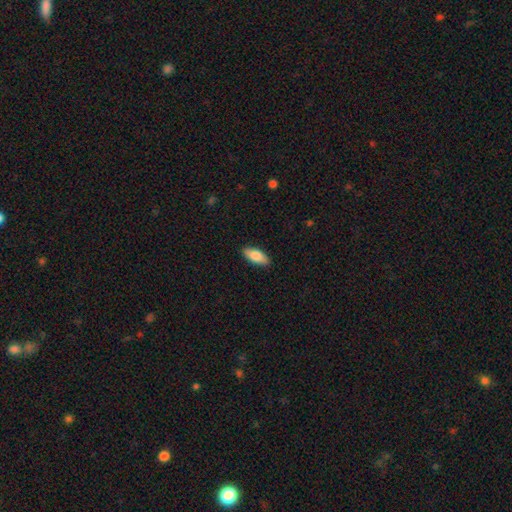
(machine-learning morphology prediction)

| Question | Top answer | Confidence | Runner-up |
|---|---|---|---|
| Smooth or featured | smooth | 81% | featured or disk (13%) |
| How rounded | in between | 83% | cigar-shaped (14%) |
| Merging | none | 89% | minor disturbance (8%) |